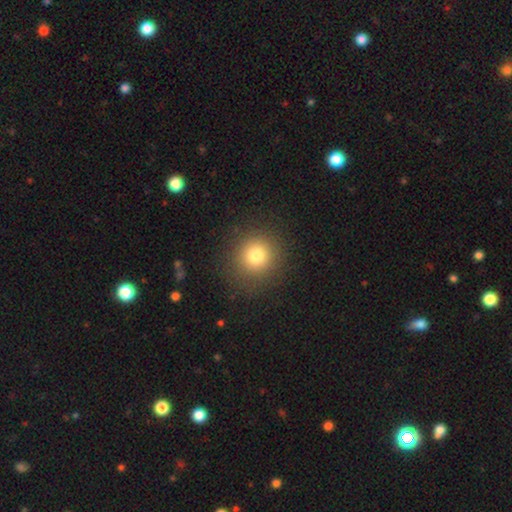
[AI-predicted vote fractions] A smooth galaxy with no disk features (77%) that is round (92%). Merging: none (88%).